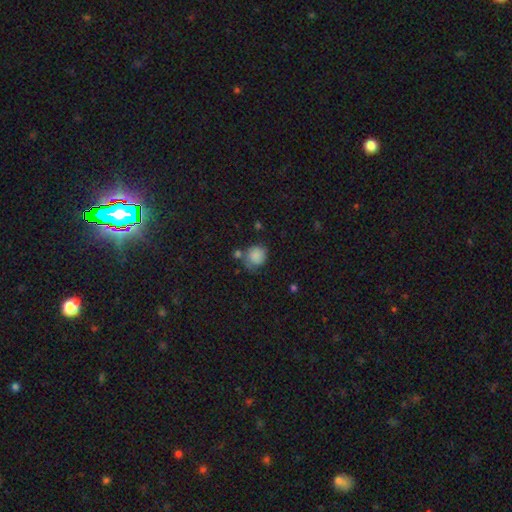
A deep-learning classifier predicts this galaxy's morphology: A smooth galaxy with no disk features (83%) that is round (78%).

Vote fractions:
- Smooth or featured? smooth: 83% / star or artifact: 9% / featured or disk: 8%
- How rounded? round: 78% / in between: 21% / cigar-shaped: 1%
- Merging? none: 55% / minor disturbance: 25% / merger: 11% / major disturbance: 9%